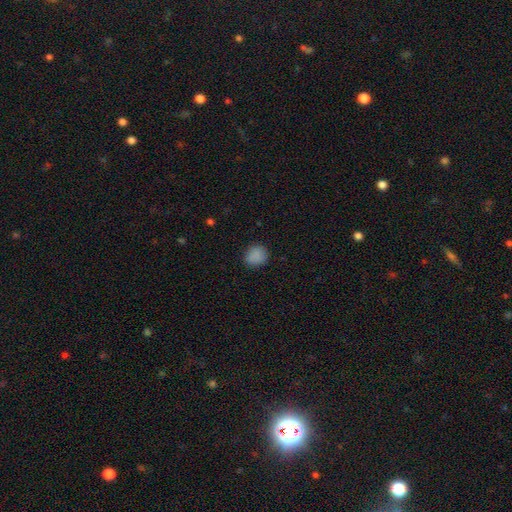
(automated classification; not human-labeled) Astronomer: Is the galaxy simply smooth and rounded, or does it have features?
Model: smooth — 86%.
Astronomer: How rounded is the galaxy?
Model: round — 75%.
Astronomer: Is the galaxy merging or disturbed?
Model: none — 86%.